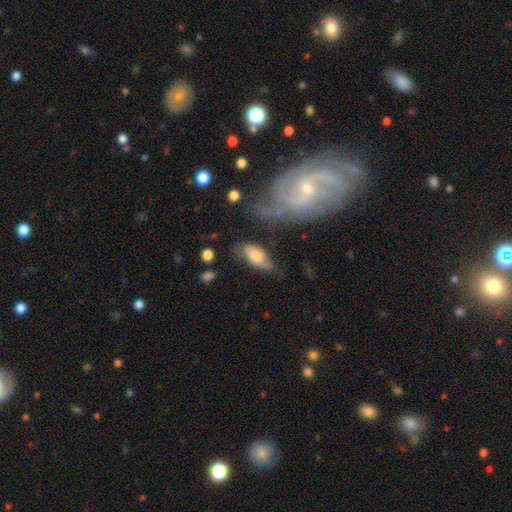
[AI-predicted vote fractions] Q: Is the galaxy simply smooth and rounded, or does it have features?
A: smooth — 74%.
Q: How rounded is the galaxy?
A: in between — 87%.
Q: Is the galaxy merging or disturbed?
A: none — 48%.